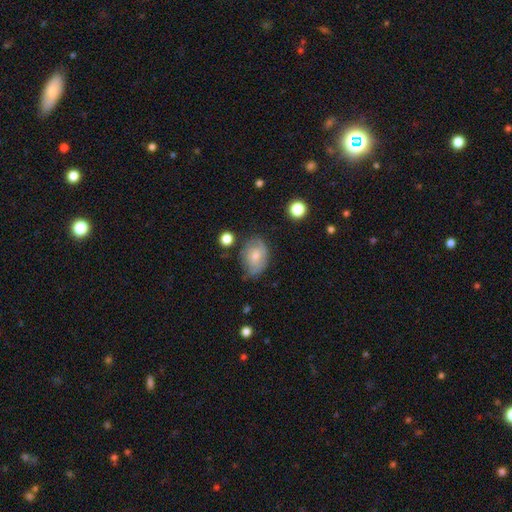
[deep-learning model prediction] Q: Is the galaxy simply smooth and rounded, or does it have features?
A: smooth — 57%.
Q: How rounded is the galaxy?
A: in between — 75%.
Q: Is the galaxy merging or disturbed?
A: none — 51%.